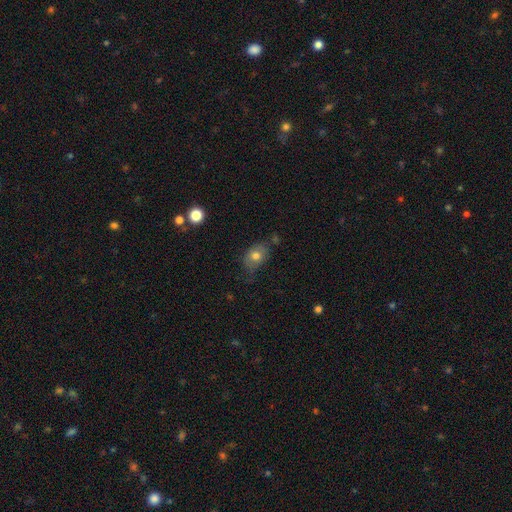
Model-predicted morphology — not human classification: Overall: smooth (74%). How rounded: in between (69%; round 29%). Merging: none (54%; minor disturbance 32%).